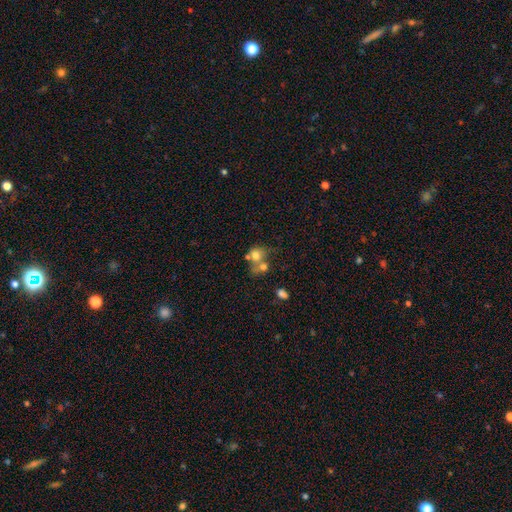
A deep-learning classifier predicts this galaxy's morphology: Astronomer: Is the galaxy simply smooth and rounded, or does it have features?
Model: smooth — 68%.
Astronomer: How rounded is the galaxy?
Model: round — 68%.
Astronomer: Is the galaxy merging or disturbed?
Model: merger — 57%.